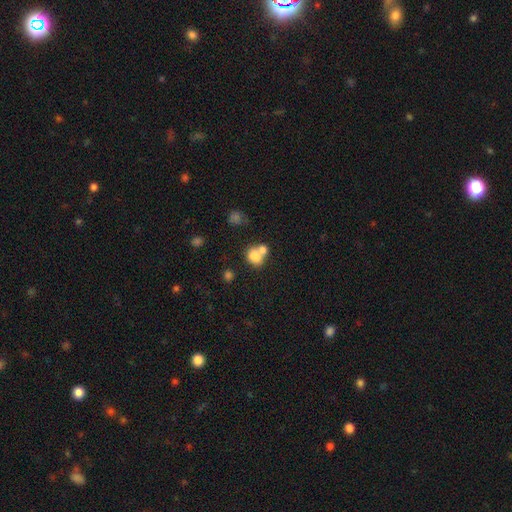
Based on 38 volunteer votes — Morphology: type=smooth (87%); roundness=in between (52%); merging=merger (60%).